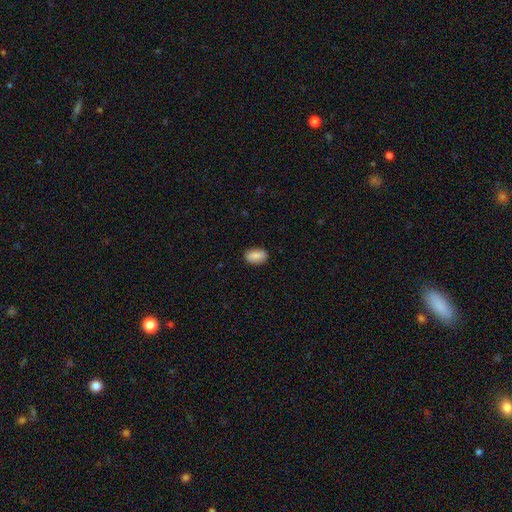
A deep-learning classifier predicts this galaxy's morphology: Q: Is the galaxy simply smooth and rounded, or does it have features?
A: smooth — 84%.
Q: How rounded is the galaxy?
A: in between — 90%.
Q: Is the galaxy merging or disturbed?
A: none — 87%.